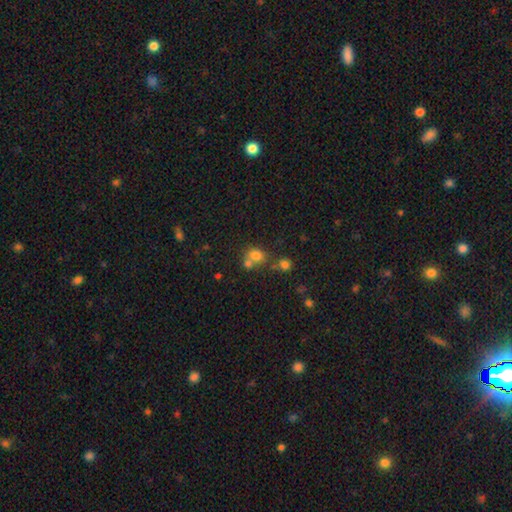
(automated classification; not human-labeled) The model was most divided on "merging": merger: 43%, none: 41%, minor disturbance: 11%, major disturbance: 6%. More confident: smooth or featured — smooth (74%); how rounded — round (59%).